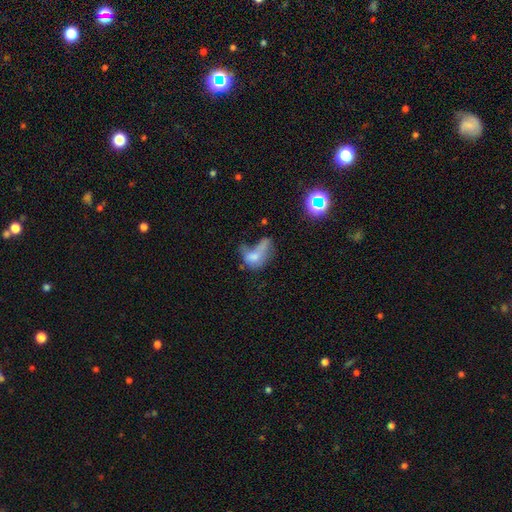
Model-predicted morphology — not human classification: A smooth galaxy with no disk features (57%) that is in between round and cigar-shaped (81%).

Vote fractions:
- Smooth or featured? smooth: 57% / featured or disk: 29% / star or artifact: 13%
- How rounded? in between: 81% / round: 15% / cigar-shaped: 4%
- Merging? major disturbance: 43% / merger: 27% / none: 15% / minor disturbance: 15%